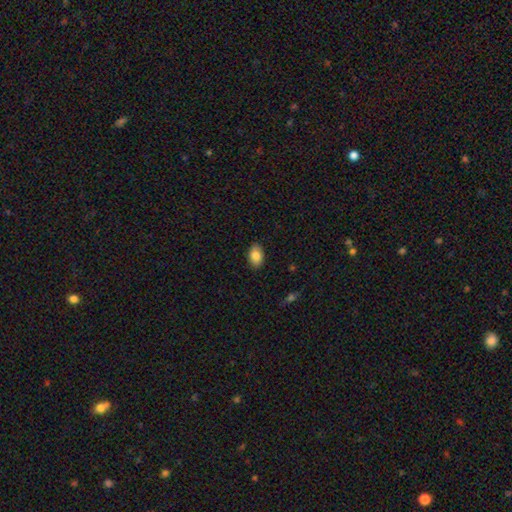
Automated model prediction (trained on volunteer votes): Q: Smooth or featured?
A: smooth (84%); runner-up: featured or disk (8%)
Q: How rounded?
A: in between (90%); runner-up: round (9%)
Q: Merging?
A: none (89%); runner-up: minor disturbance (9%)